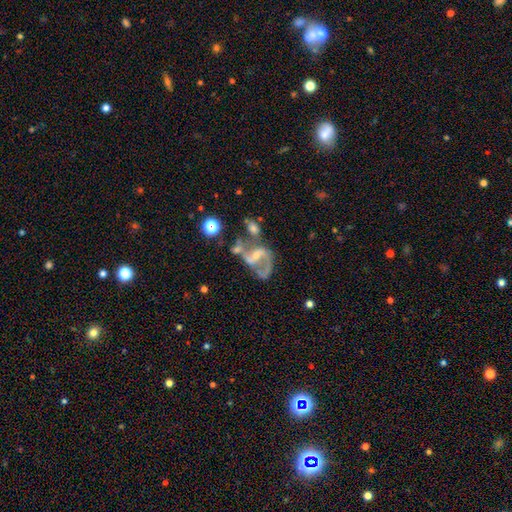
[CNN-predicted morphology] Smooth or featured? featured or disk (78%)
Edge-on disk? no (97%)
Bar? weak (42%)
Spiral arms? yes (81%)
Spiral winding? loose (49%)
Spiral arm count? 2 (75%)
Bulge size? small (53%)
Merging? merger (30%)